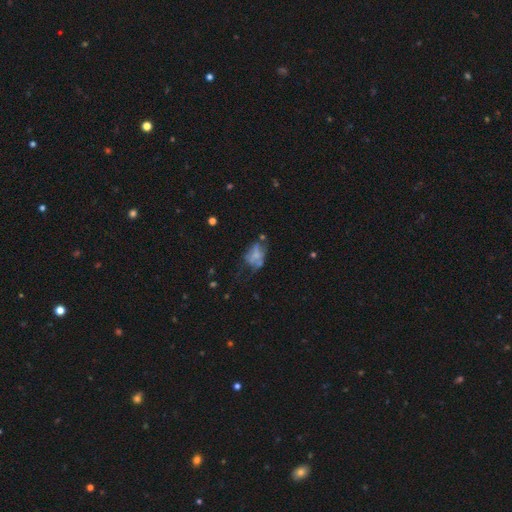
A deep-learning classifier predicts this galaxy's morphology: This appears to be a featured or disk galaxy (47%). Merging: major disturbance (34%).